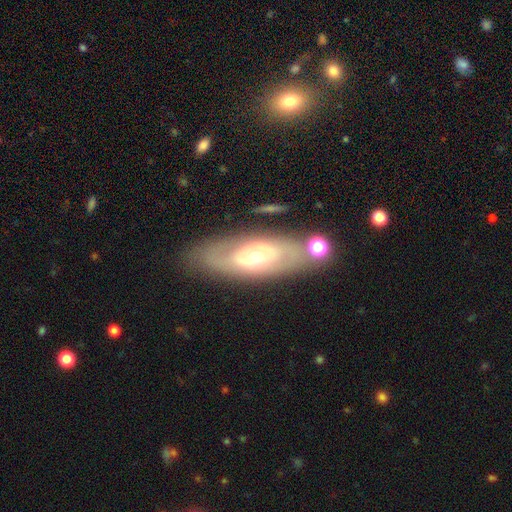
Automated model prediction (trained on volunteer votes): A featured or disk galaxy (64%) with no bar (79%), no spiral arms (57%) and a moderate central bulge (68%). Merging: none (76%).